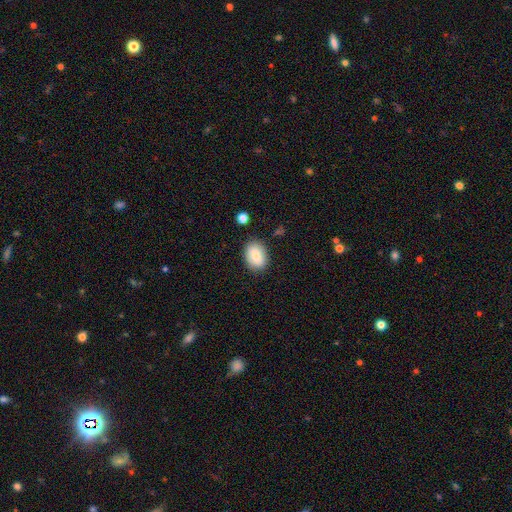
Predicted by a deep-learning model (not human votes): The model was most divided on "how rounded": in between: 78%, round: 21%, cigar-shaped: 1%. More confident: merging — none (83%); smooth or featured — smooth (82%).